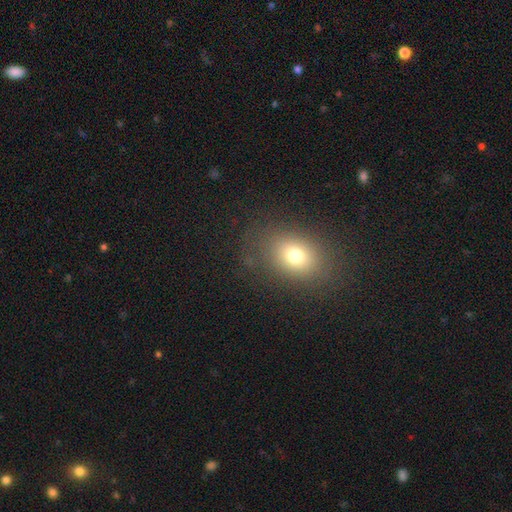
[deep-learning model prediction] smooth_or_featured: smooth (p=0.69) [alt: star or artifact p=0.21]
how_rounded: in between (p=0.62) [alt: round p=0.36]
merging: none (p=0.87) [alt: minor disturbance p=0.08]